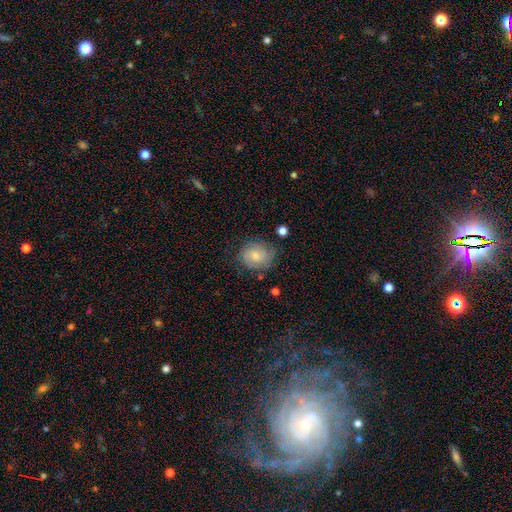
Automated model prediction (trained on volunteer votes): This appears to be a smooth galaxy with no disk features (65%) that is round (74%). Merging: none (72%).